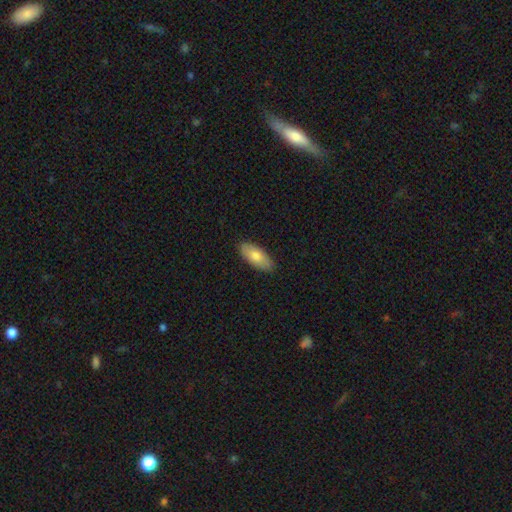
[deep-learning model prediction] Smooth or featured? Predicted: smooth (p=0.75). How rounded? Predicted: in between (p=0.87). Merging? Predicted: none (p=0.89).